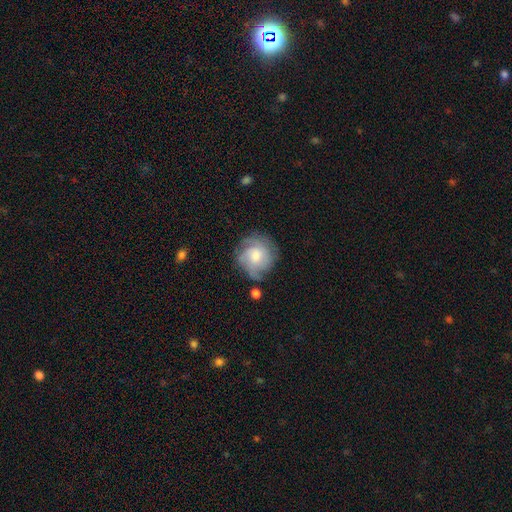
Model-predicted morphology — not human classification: Smooth or featured? featured or disk (52%)
Edge-on disk? no (97%)
Bar? no (75%)
Spiral arms? yes (85%)
Bulge size? moderate (52%)
Merging? none (67%)